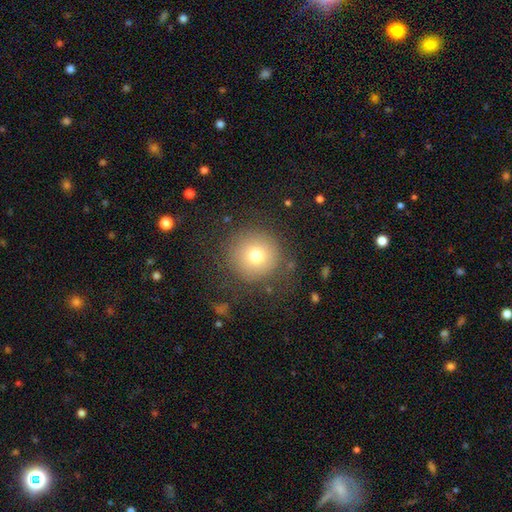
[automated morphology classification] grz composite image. It shows a smooth galaxy with no disk features (74%) that is round (95%). Merging: none (82%).